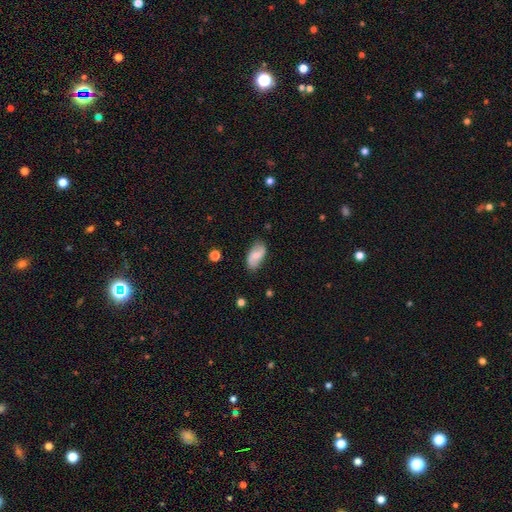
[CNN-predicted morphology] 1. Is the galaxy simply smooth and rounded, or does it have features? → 52% featured or disk, 41% smooth, 7% star or artifact.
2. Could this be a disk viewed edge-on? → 95% no, 5% yes.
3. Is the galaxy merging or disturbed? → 79% none, 16% minor disturbance, 3% major disturbance, 2% merger.